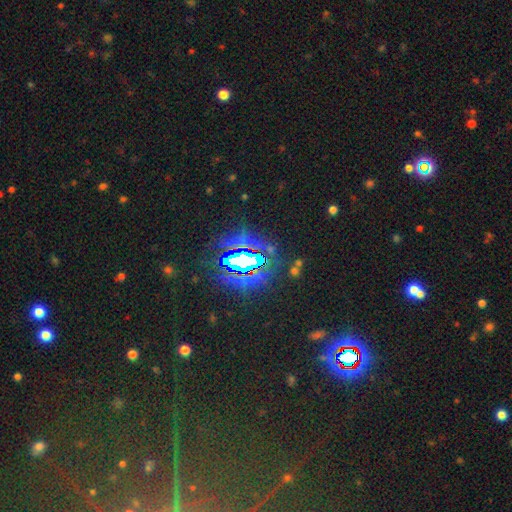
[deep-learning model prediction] Morphology: type=star or artifact (84%).